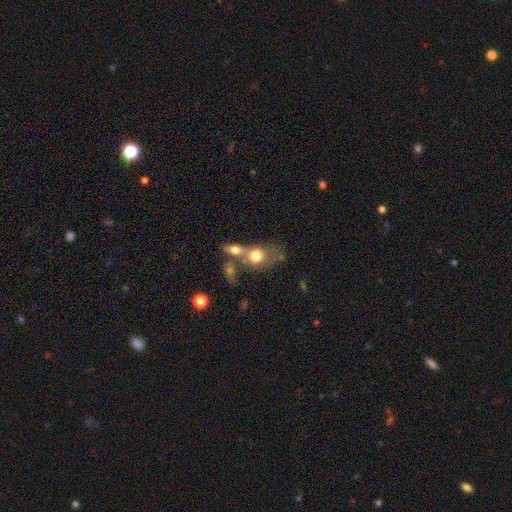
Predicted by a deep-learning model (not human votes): A smooth galaxy with no disk features (72%) that is round (51%). Merging: merger (53%).